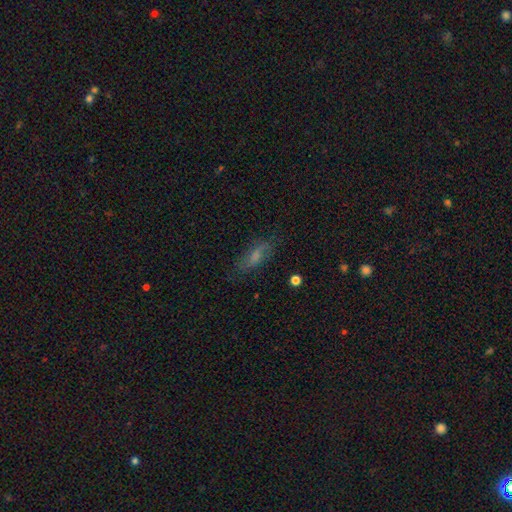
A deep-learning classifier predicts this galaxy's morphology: Q: Smooth or featured?
A: smooth (51%); runner-up: featured or disk (35%)
Q: How rounded?
A: in between (56%); runner-up: cigar-shaped (39%)
Q: Merging?
A: none (75%); runner-up: minor disturbance (17%)